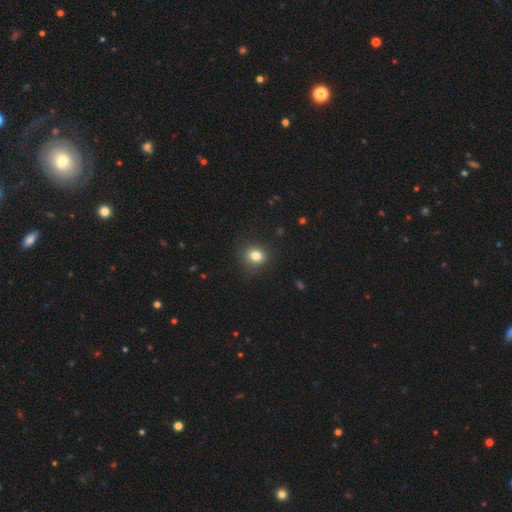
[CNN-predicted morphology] Smooth or featured? smooth (80%)
How rounded? round (73%)
Merging? none (83%)